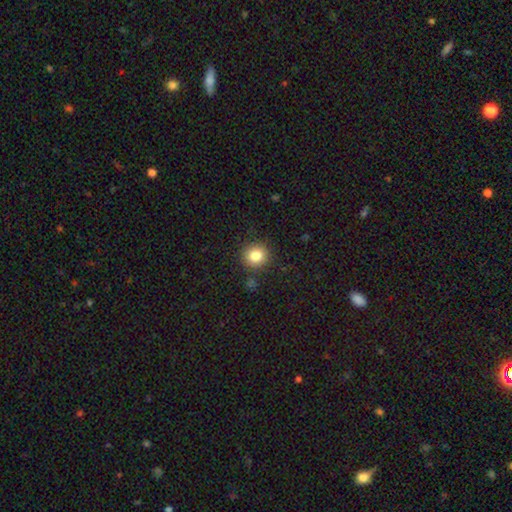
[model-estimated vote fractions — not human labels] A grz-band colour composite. It shows a smooth galaxy with no disk features (83%) that is round (89%). Merging: none (88%).